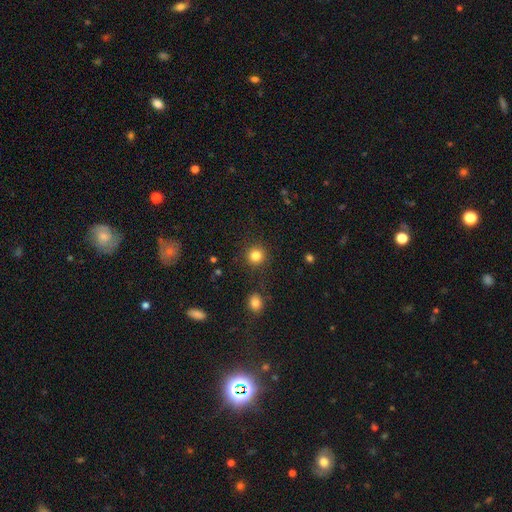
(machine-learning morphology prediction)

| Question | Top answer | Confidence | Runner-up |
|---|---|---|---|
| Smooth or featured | smooth | 83% | star or artifact (12%) |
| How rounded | round | 93% | in between (6%) |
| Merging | none | 89% | minor disturbance (6%) |